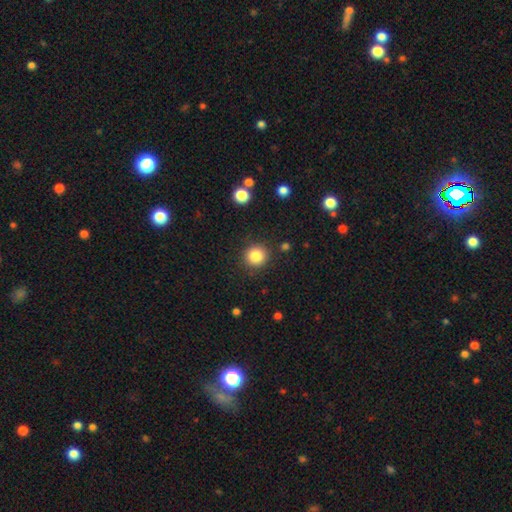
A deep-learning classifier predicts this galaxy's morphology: A smooth galaxy with no disk features (84%) that is round (92%). Merging: none (89%).